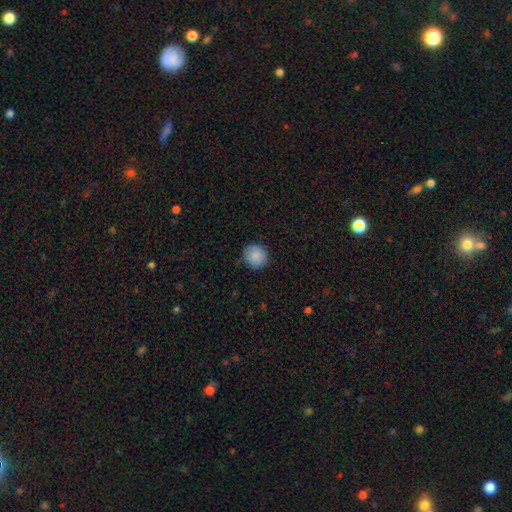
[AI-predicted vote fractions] This appears to be a smooth galaxy with no disk features (88%) that is round (91%). Merging: none (87%).